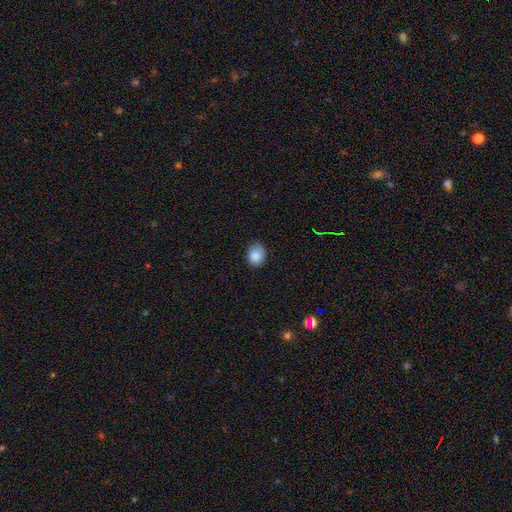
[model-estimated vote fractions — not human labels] Smooth or featured?
  - smooth: 87% *
  - star or artifact: 9%
  - featured or disk: 4%
How rounded?
  - in between: 50% *
  - round: 49%
  - cigar-shaped: 1%
Merging?
  - none: 77% *
  - minor disturbance: 19%
  - major disturbance: 3%
  - merger: 1%